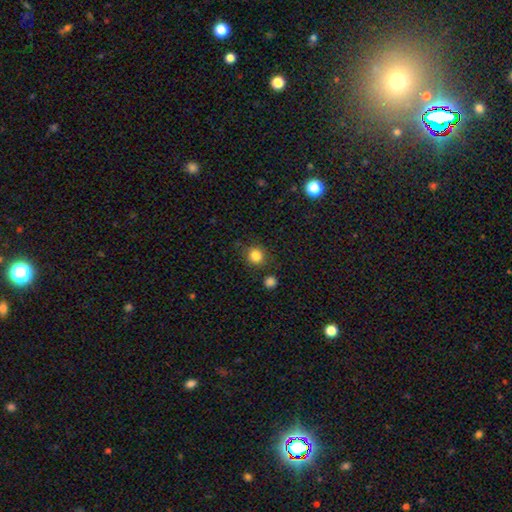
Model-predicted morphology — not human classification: smooth_or_featured: smooth (p=0.84) [alt: star or artifact p=0.11]
how_rounded: round (p=0.88) [alt: in between p=0.11]
merging: none (p=0.81) [alt: minor disturbance p=0.11]